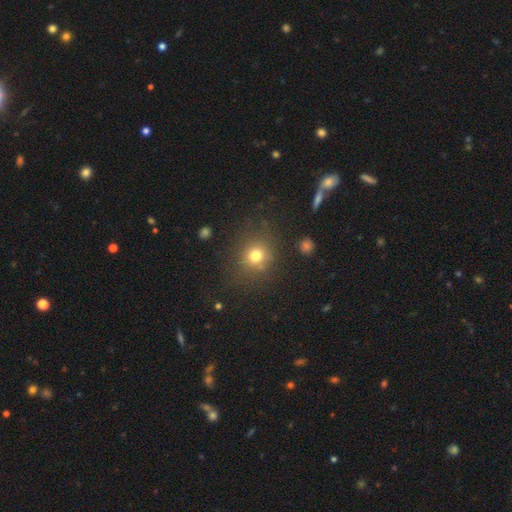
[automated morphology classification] smooth 75%, star or artifact 17%, featured or disk 8%. Down the decision tree: how rounded — round (84%); merging — none (80%).